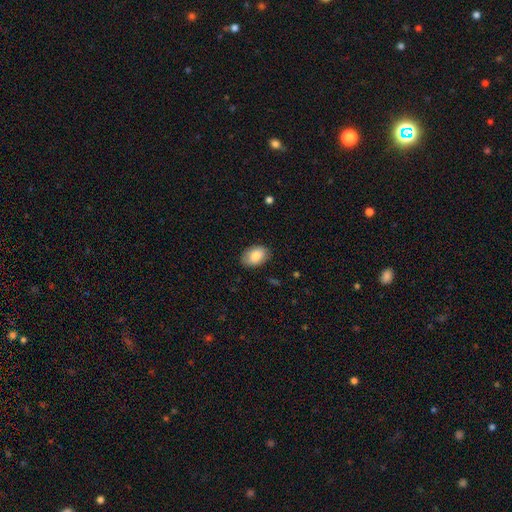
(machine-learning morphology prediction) This appears to be a smooth galaxy with no disk features (84%) that is in between round and cigar-shaped (87%). Merging: none (86%).